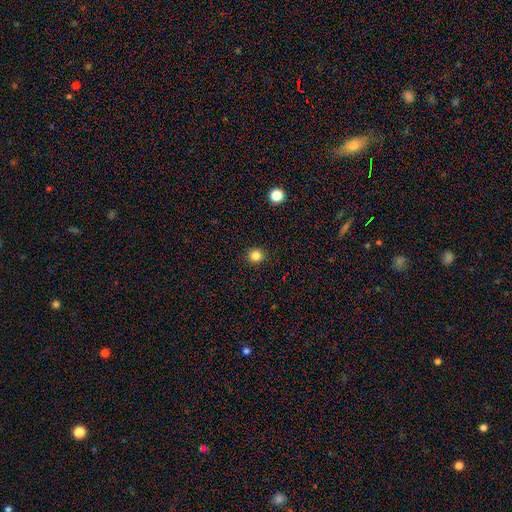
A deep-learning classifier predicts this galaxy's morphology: Q: Smooth or featured?
A: smooth (83%); runner-up: star or artifact (12%)
Q: How rounded?
A: round (92%); runner-up: in between (7%)
Q: Merging?
A: none (92%); runner-up: minor disturbance (5%)